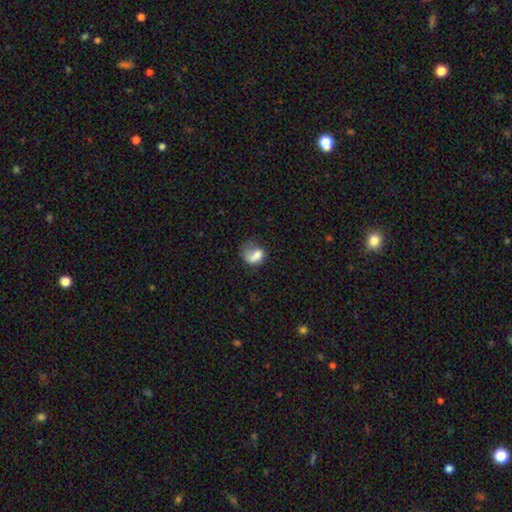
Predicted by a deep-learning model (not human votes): smooth-or-featured: smooth: 64% | featured or disk: 27% | star or artifact: 9%
  how-rounded: in between: 62% | round: 37% | cigar-shaped: 2%
  merging: major disturbance: 46% | none: 25% | minor disturbance: 20% | merger: 9%